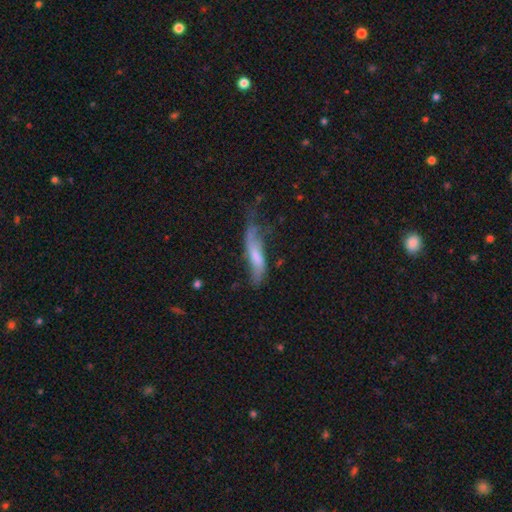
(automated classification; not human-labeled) This appears to be a featured or disk galaxy (46%, tied with smooth). Merging: none (39%).